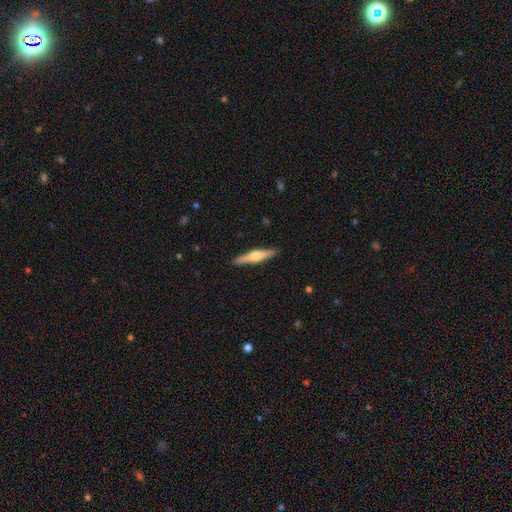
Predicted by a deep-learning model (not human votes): smooth-or-featured: featured or disk: 65% | smooth: 30% | star or artifact: 5%
  disk-edge-on: yes: 98% | no: 2%
    edge-on-bulge: rounded: 91% | boxy: 5% | none: 3%
  merging: none: 91% | minor disturbance: 7% | major disturbance: 1% | merger: 1%